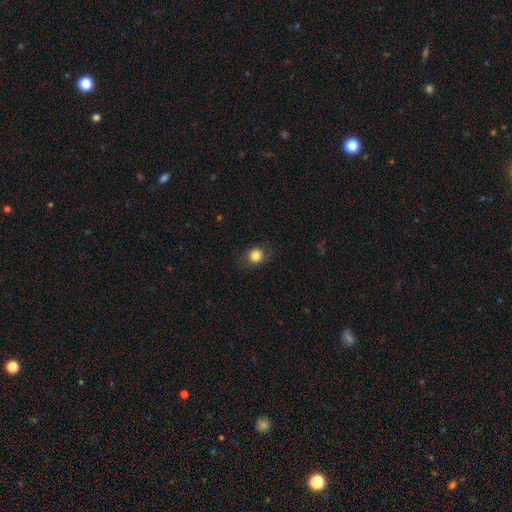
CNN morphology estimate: This is clearly a smooth galaxy (82%). How rounded: likely round (76%). Merging: likely none (80%).